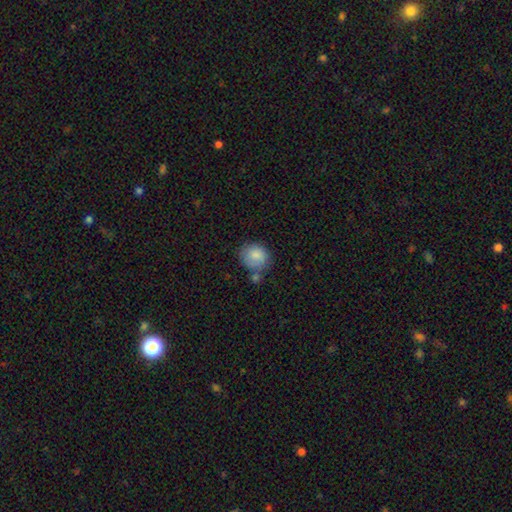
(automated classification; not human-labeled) The model was most divided on "merging": none: 59%, minor disturbance: 21%, merger: 14%, major disturbance: 6%. More confident: smooth or featured — smooth (85%); how rounded — round (75%).